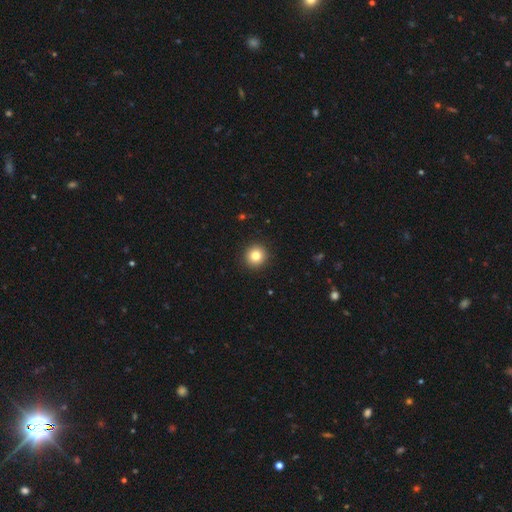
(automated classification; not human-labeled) A smooth galaxy with no disk features (82%) that is round (94%). Merging: none (93%).